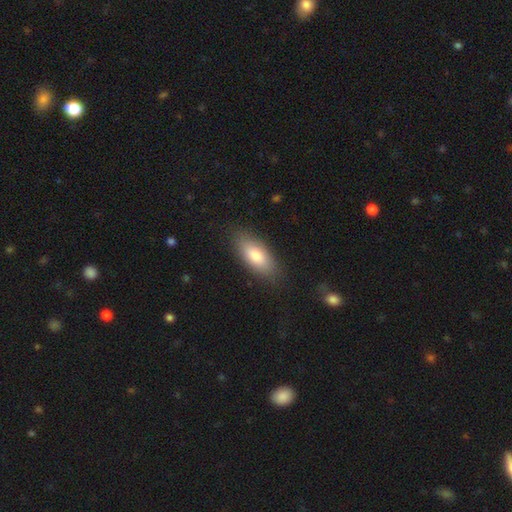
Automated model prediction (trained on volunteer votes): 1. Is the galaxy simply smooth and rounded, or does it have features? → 79% smooth, 14% featured or disk, 6% star or artifact.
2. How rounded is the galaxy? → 83% in between, 15% cigar-shaped, 3% round.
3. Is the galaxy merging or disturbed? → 85% none, 11% minor disturbance, 3% major disturbance, 1% merger.